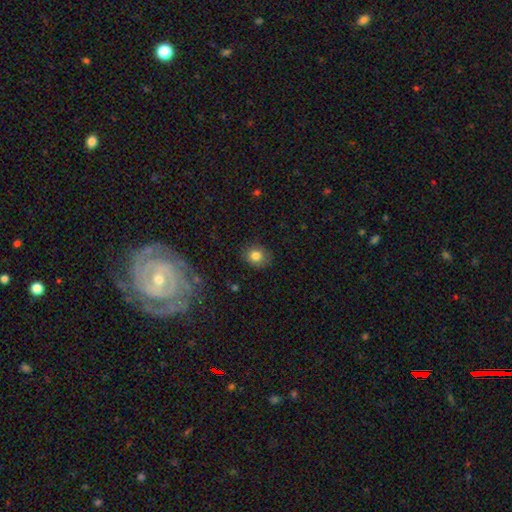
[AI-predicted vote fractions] This is clearly a smooth galaxy (81%). How rounded: likely round (70%). Merging: clearly none (84%).